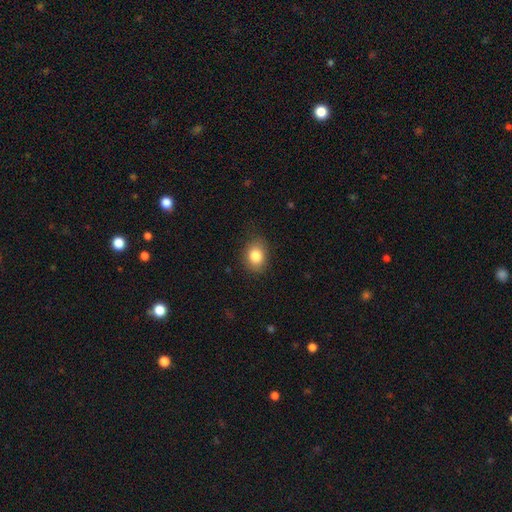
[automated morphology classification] A smooth galaxy with no disk features (83%) that is in between round and cigar-shaped (56%). Merging: none (83%).